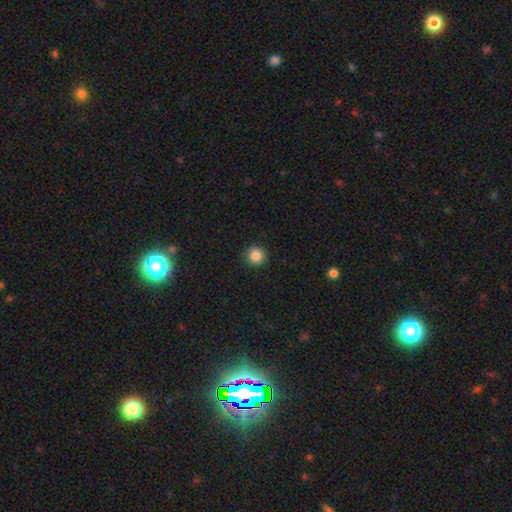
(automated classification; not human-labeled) smooth-or-featured: smooth: 86% | star or artifact: 10% | featured or disk: 4%
  how-rounded: round: 94% | in between: 5% | cigar-shaped: 1%
  merging: none: 91% | minor disturbance: 6% | major disturbance: 2% | merger: 1%